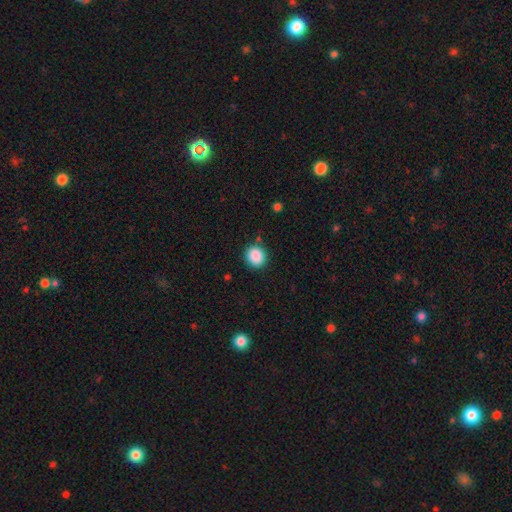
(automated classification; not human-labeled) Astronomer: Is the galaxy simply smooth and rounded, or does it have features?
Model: smooth — 88%.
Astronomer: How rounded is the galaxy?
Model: round — 81%.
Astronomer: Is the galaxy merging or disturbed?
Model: none — 86%.